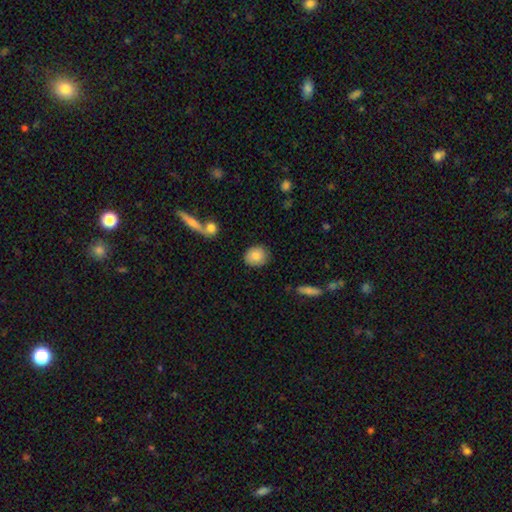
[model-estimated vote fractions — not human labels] smooth_or_featured: smooth (p=0.85) [alt: featured or disk p=0.08]
how_rounded: round (p=0.70) [alt: in between p=0.29]
merging: none (p=0.84) [alt: minor disturbance p=0.11]